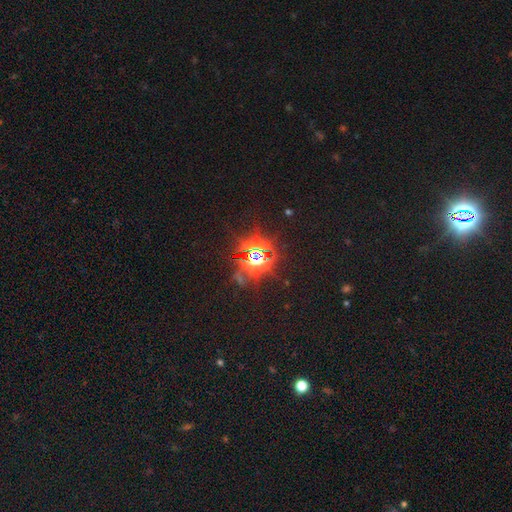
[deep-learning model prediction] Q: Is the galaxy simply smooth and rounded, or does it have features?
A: star or artifact — 82%.